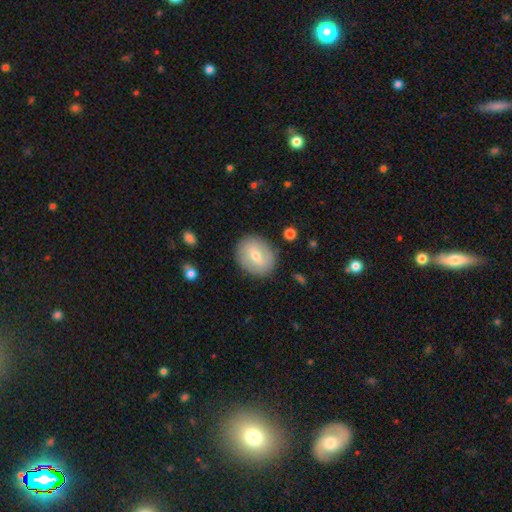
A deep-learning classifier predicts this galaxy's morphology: smooth-or-featured: smooth: 55% | featured or disk: 38% | star or artifact: 7%
  how-rounded: round: 56% | in between: 42% | cigar-shaped: 1%
  merging: none: 85% | minor disturbance: 10% | major disturbance: 3% | merger: 1%